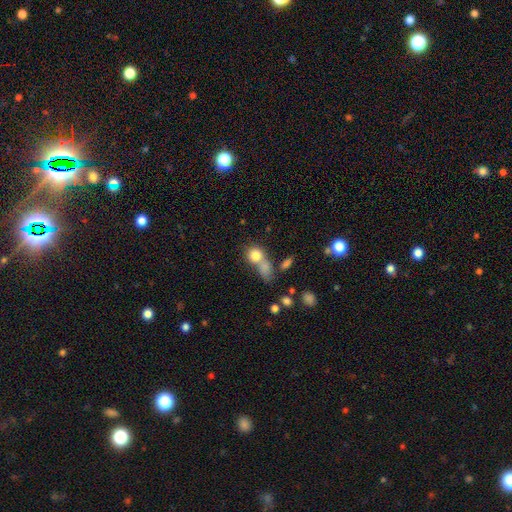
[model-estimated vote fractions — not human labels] Q: Smooth or featured?
A: smooth (79%); runner-up: featured or disk (10%)
Q: How rounded?
A: round (72%); runner-up: in between (26%)
Q: Merging?
A: merger (46%); runner-up: none (35%)